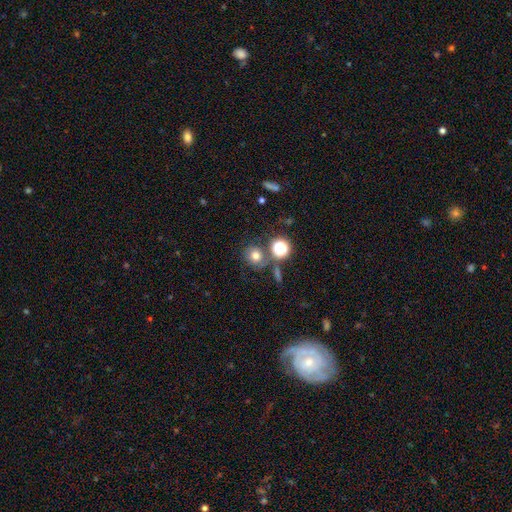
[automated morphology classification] smooth_or_featured: smooth (p=0.67) [alt: star or artifact p=0.20]
how_rounded: round (p=0.78) [alt: in between p=0.20]
merging: none (p=0.67) [alt: merger p=0.14]